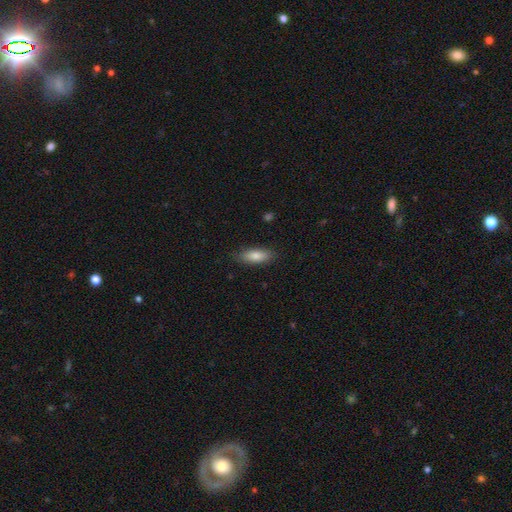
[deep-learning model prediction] Q: Smooth or featured?
A: smooth (80%); runner-up: featured or disk (14%)
Q: How rounded?
A: in between (66%); runner-up: cigar-shaped (32%)
Q: Merging?
A: none (86%); runner-up: minor disturbance (11%)